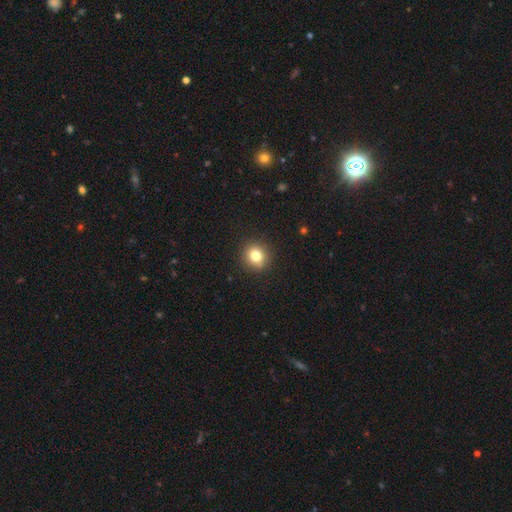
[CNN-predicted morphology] A smooth galaxy with no disk features (80%) that is round (88%).

Vote fractions:
- Smooth or featured? smooth: 80% / star or artifact: 12% / featured or disk: 8%
- How rounded? round: 88% / in between: 11% / cigar-shaped: 1%
- Merging? none: 90% / minor disturbance: 7% / major disturbance: 2% / merger: 1%